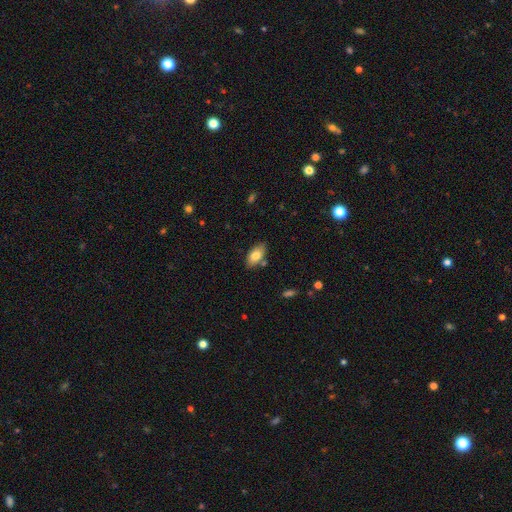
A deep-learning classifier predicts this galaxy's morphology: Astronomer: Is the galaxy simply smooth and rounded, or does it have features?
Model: smooth — 79%.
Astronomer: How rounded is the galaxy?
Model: in between — 92%.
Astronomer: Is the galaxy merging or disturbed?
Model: none — 78%.